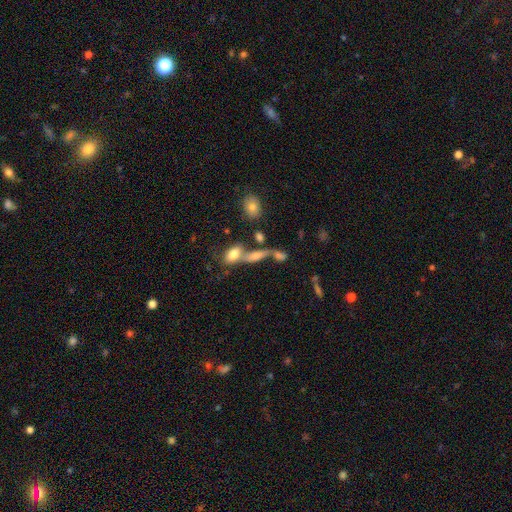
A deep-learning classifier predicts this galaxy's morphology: Smooth or featured? smooth (56%)
How rounded? in between (51%)
Merging? merger (49%)